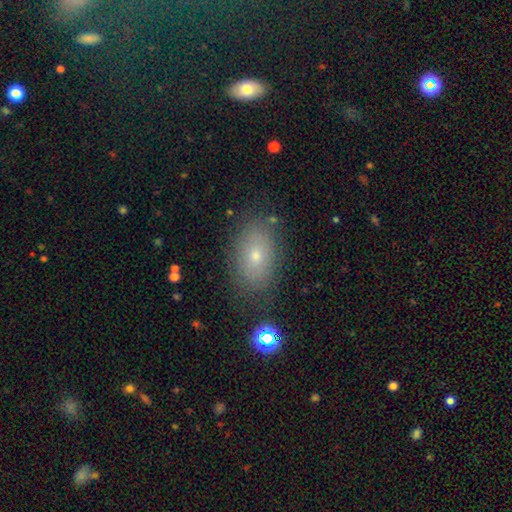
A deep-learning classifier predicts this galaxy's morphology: smooth-or-featured: smooth: 65% | featured or disk: 22% | star or artifact: 13%
  how-rounded: in between: 86% | round: 12% | cigar-shaped: 2%
  merging: none: 82% | minor disturbance: 12% | major disturbance: 4% | merger: 2%